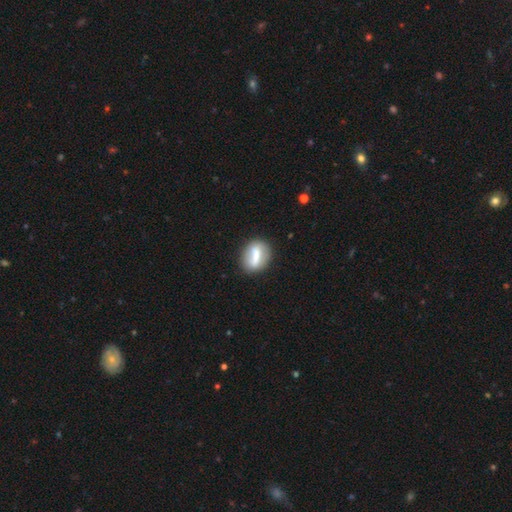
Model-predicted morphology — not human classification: type=smooth (54%); roundness=in between (58%); merging=none (79%).